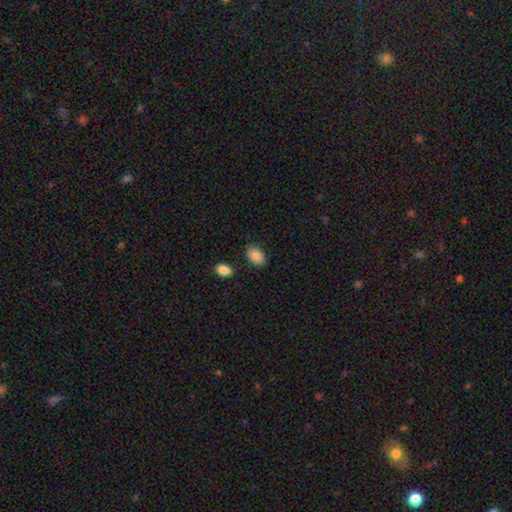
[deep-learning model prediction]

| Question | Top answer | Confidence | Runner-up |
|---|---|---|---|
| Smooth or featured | smooth | 87% | star or artifact (7%) |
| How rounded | in between | 85% | round (14%) |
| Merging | none | 83% | minor disturbance (11%) |